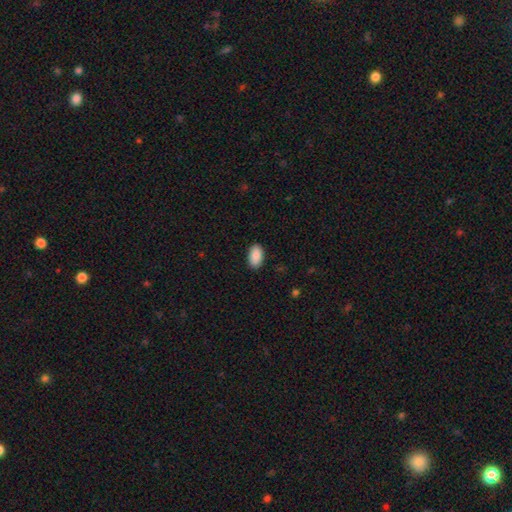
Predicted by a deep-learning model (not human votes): This appears to be a smooth galaxy with no disk features (90%) that is in between round and cigar-shaped (95%). Merging: none (89%).